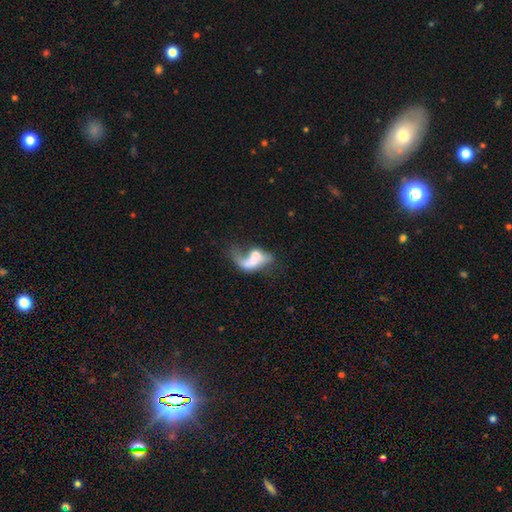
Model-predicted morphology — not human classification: Smooth or featured? Predicted: featured or disk (p=0.54). Edge-on disk? Predicted: no (p=0.95). Bar? Predicted: no (p=0.72). Spiral arms? Predicted: no (p=0.57). Bulge size? Predicted: moderate (p=0.35). Merging? Predicted: merger (p=0.37).